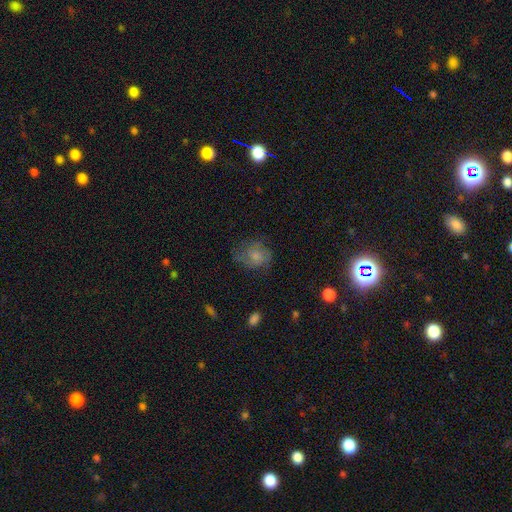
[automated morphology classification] Smooth or featured? smooth (63%)
How rounded? round (52%)
Merging? none (54%)